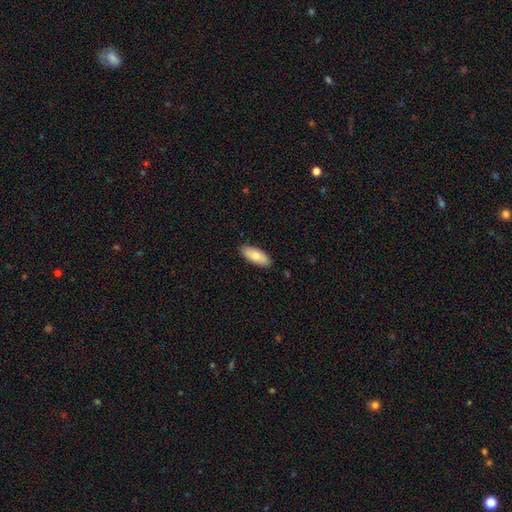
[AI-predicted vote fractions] smooth_or_featured: smooth (p=0.77) [alt: featured or disk p=0.18]
how_rounded: in between (p=0.83) [alt: cigar-shaped p=0.14]
merging: none (p=0.89) [alt: minor disturbance p=0.09]